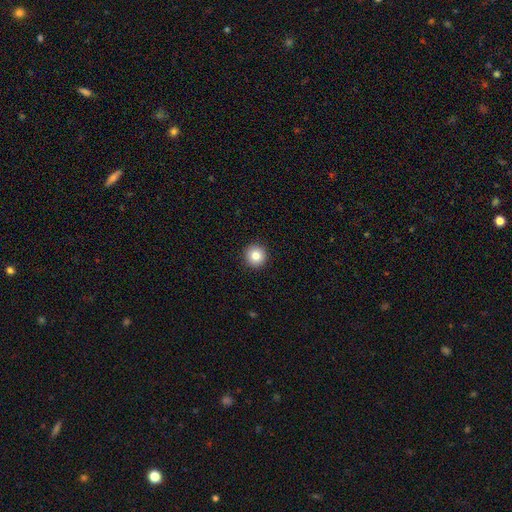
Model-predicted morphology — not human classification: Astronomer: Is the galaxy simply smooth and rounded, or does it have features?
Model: smooth — 82%.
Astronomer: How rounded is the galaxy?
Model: round — 96%.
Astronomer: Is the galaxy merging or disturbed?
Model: none — 93%.